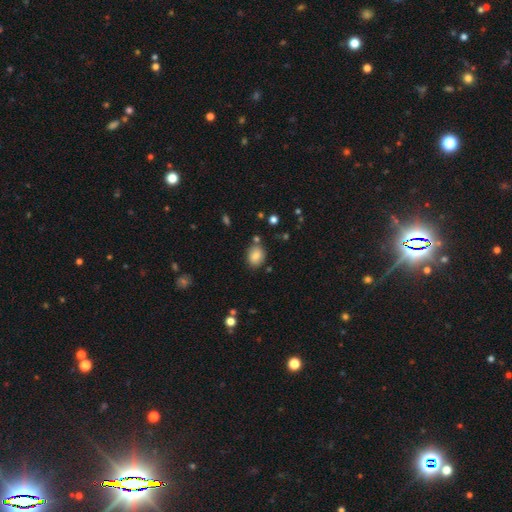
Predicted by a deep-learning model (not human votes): This appears to be a smooth galaxy with no disk features (83%) that is in between round and cigar-shaped (60%). Merging: none (79%).